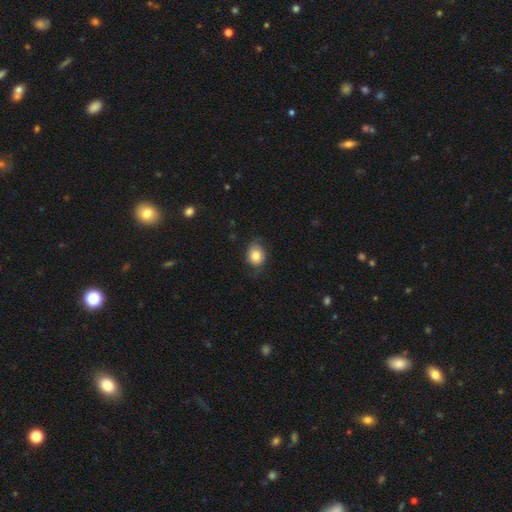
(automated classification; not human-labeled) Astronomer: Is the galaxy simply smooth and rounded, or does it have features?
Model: smooth — 79%.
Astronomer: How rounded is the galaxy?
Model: round — 57% (runner-up: in between, 42%).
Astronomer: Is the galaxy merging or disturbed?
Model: none — 67%.